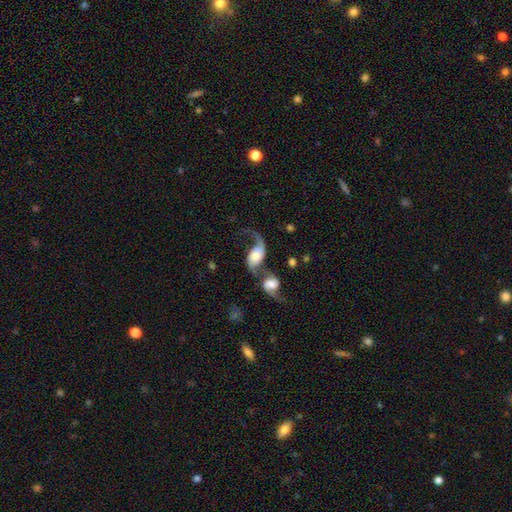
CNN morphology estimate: type=featured or disk (68%); edge-on=no (95%); bar=no (62%); spiral arms=yes (89%); winding=loose (81%); arm count=2 (57%); bulge=moderate (45%); merging=merger (59%).